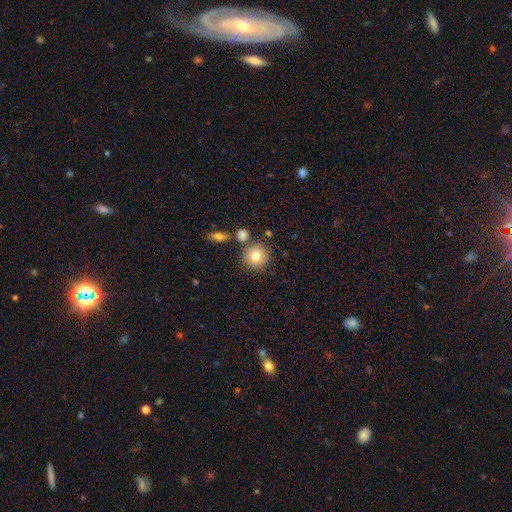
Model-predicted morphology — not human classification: Q: Smooth or featured?
A: smooth (78%); runner-up: featured or disk (12%)
Q: How rounded?
A: round (92%); runner-up: in between (7%)
Q: Merging?
A: none (76%); runner-up: merger (12%)